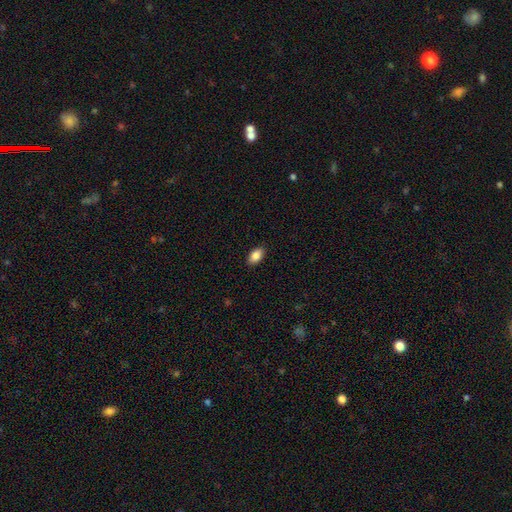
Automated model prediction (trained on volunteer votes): smooth-or-featured: smooth: 86% | star or artifact: 7% | featured or disk: 6%
  how-rounded: in between: 92% | round: 5% | cigar-shaped: 2%
  merging: none: 89% | minor disturbance: 8% | major disturbance: 2% | merger: 1%